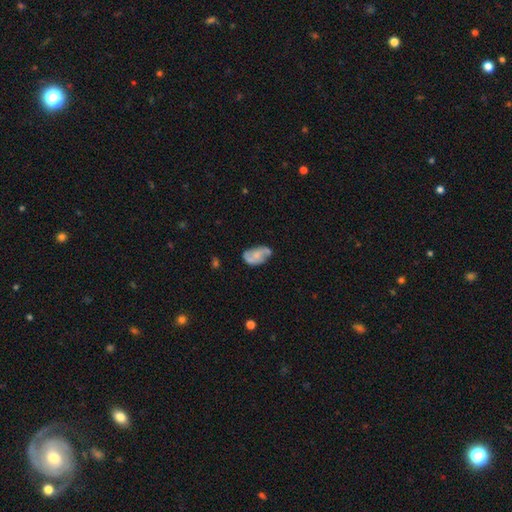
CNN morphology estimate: Smooth or featured? featured or disk (53%)
Edge-on disk? no (96%)
Bar? no (72%)
Spiral arms? yes (62%)
Bulge size? small (45%)
Merging? none (47%)